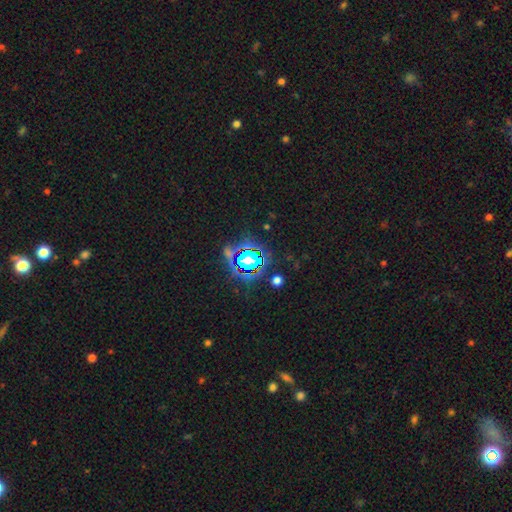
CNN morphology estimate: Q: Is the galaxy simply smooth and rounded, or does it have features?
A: star or artifact — 71%.